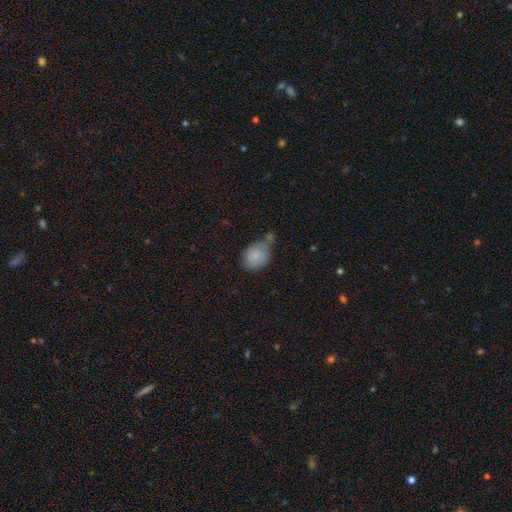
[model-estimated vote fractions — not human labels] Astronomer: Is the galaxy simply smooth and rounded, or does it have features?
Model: smooth — 78%.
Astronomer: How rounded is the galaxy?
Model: in between — 59% (runner-up: round, 40%).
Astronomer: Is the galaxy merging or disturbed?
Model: none — 45% (runner-up: minor disturbance, 27%).